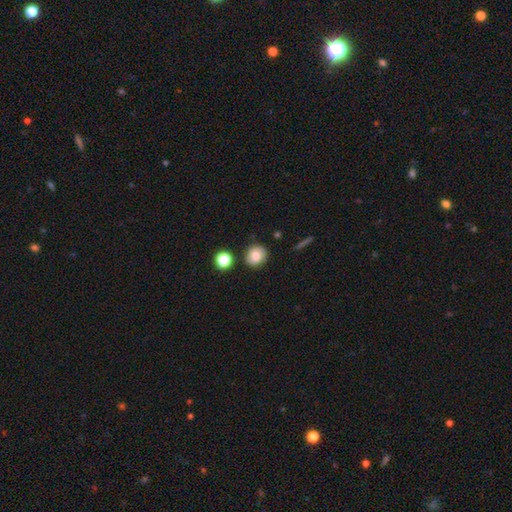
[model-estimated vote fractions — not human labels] Smooth or featured?
  - smooth: 77% *
  - featured or disk: 13%
  - star or artifact: 10%
How rounded?
  - round: 86% *
  - in between: 13%
  - cigar-shaped: 1%
Merging?
  - none: 84% *
  - minor disturbance: 10%
  - merger: 4%
  - major disturbance: 2%